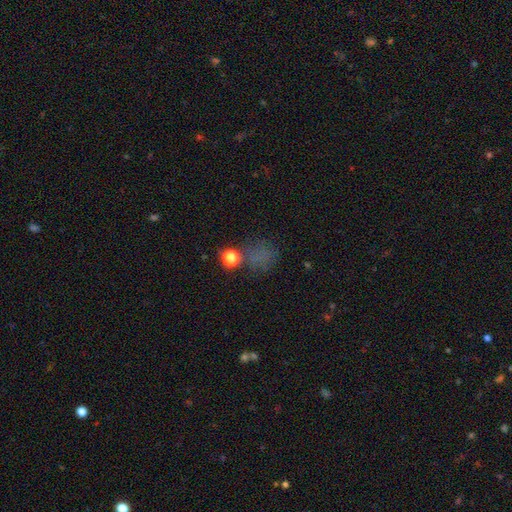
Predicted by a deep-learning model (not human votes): smooth-or-featured: smooth: 50% | star or artifact: 40% | featured or disk: 10%
  how-rounded: round: 70% | in between: 28% | cigar-shaped: 2%
  merging: none: 64% | minor disturbance: 16% | major disturbance: 12% | merger: 9%